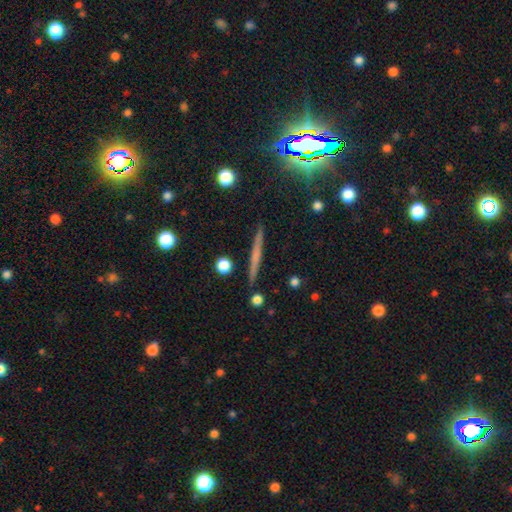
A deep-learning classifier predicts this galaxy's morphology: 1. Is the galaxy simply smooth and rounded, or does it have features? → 48% featured or disk, 40% smooth, 12% star or artifact.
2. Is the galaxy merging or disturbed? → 91% none, 6% minor disturbance, 2% merger, 2% major disturbance.